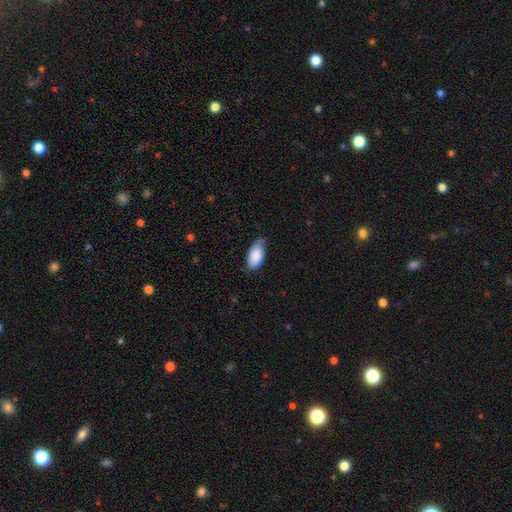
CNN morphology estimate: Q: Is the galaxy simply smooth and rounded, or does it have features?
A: smooth — 82%.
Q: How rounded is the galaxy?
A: in between — 94%.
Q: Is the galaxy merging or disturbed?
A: none — 64%.